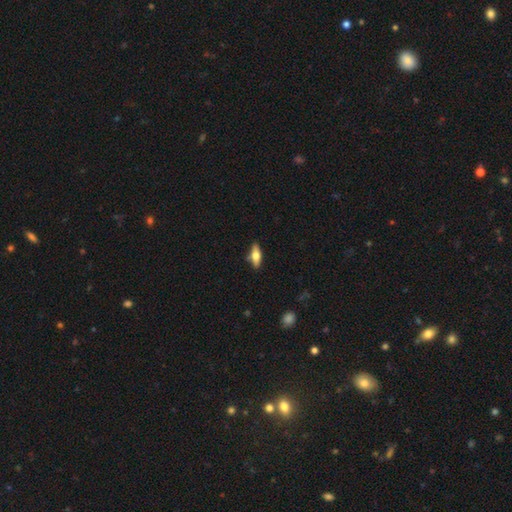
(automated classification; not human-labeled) Morphology: type=smooth (52%); roundness=in between (64%); merging=none (84%).